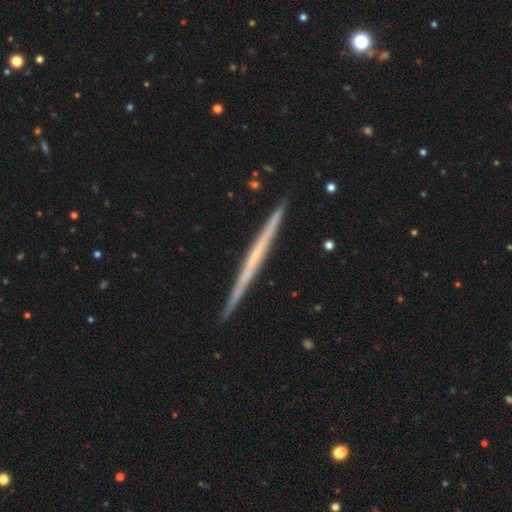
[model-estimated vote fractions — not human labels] smooth_or_featured: featured or disk (p=0.66) [alt: smooth p=0.28]
disk_edge_on: yes (p=0.98) [alt: no p=0.02]
edge_on_bulge: none (p=0.88) [alt: rounded p=0.08]
merging: none (p=0.92) [alt: minor disturbance p=0.06]